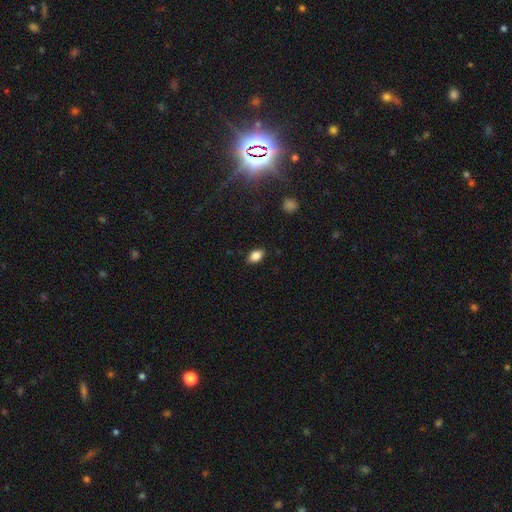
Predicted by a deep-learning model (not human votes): Overall: smooth (85%). How rounded: in between (87%). Merging: none (87%).